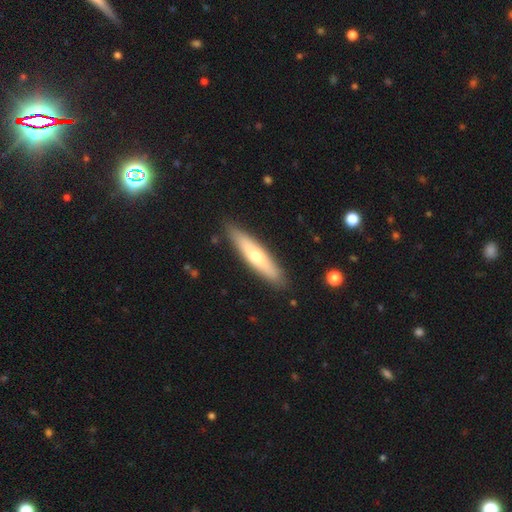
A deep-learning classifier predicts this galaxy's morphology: Q: Smooth or featured?
A: smooth (56%); runner-up: featured or disk (39%)
Q: How rounded?
A: cigar-shaped (80%); runner-up: in between (19%)
Q: Merging?
A: none (88%); runner-up: minor disturbance (9%)